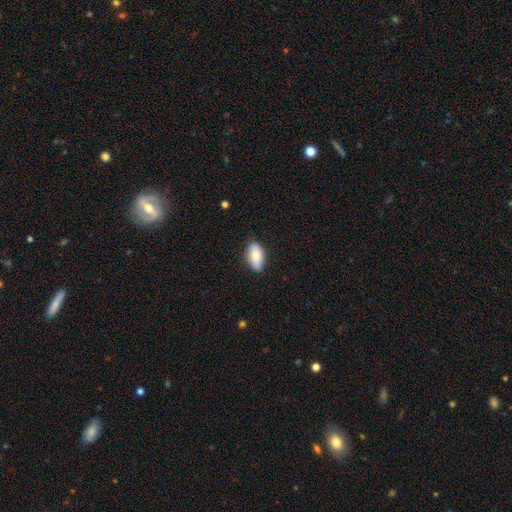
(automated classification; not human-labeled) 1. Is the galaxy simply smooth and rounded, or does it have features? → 80% smooth, 14% featured or disk, 6% star or artifact.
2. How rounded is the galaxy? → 92% in between, 4% cigar-shaped, 4% round.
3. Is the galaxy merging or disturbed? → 84% none, 13% minor disturbance, 2% major disturbance, 1% merger.